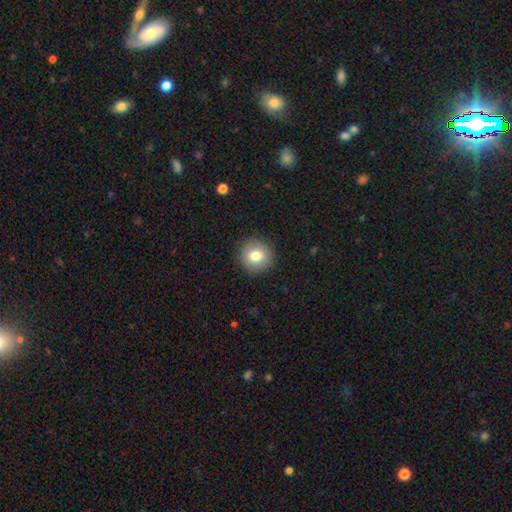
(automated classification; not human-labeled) The model was most divided on "smooth or featured": smooth: 80%, featured or disk: 11%, star or artifact: 9%. More confident: how rounded — round (93%); merging — none (91%).